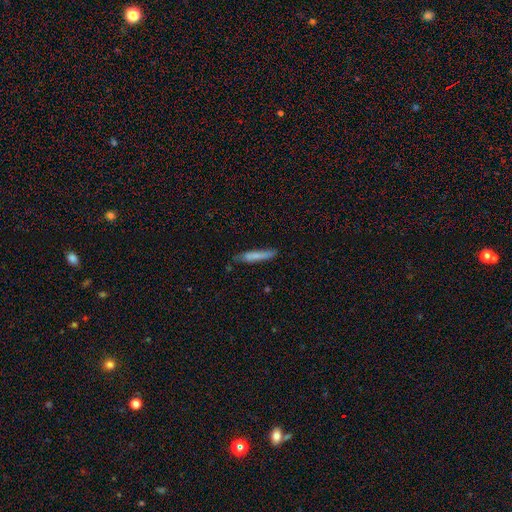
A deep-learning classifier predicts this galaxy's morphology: smooth_or_featured: smooth (p=0.73) [alt: featured or disk p=0.21]
how_rounded: cigar-shaped (p=0.91) [alt: in between p=0.08]
merging: none (p=0.67) [alt: minor disturbance p=0.25]